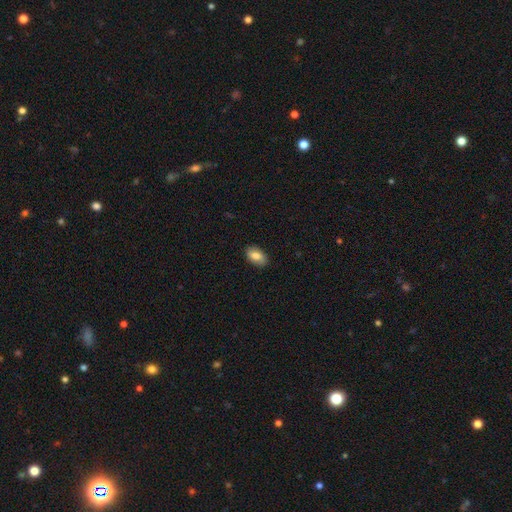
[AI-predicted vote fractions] This appears to be a smooth galaxy with no disk features (80%) that is in between round and cigar-shaped (92%). Merging: none (86%).